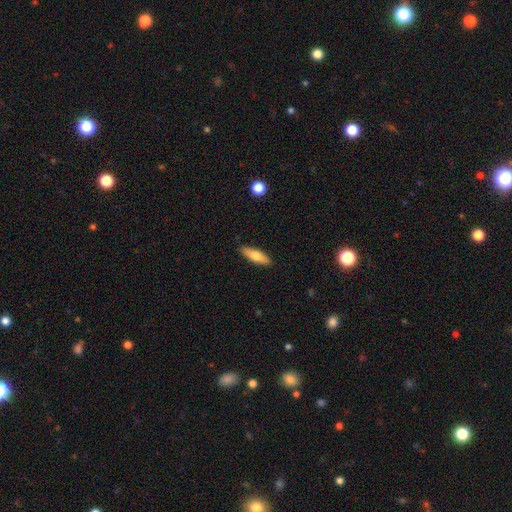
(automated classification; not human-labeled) Smooth or featured?
  - smooth: 70% *
  - featured or disk: 25%
  - star or artifact: 6%
How rounded?
  - cigar-shaped: 54% *
  - in between: 44%
  - round: 2%
Merging?
  - none: 89% *
  - minor disturbance: 8%
  - major disturbance: 2%
  - merger: 1%